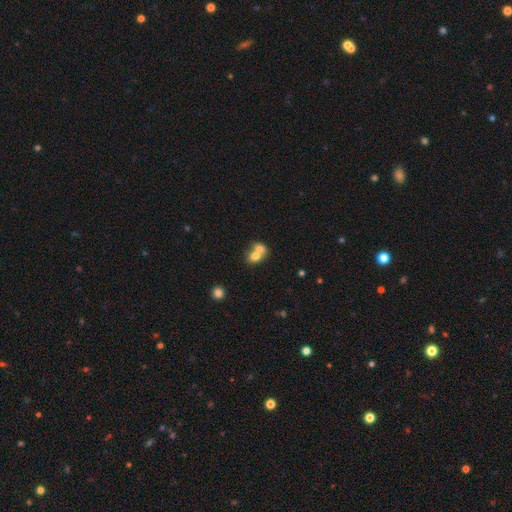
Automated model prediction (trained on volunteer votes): This is likely a smooth galaxy (72%). How rounded: possibly in between (50%). Merging: likely merger (70%).